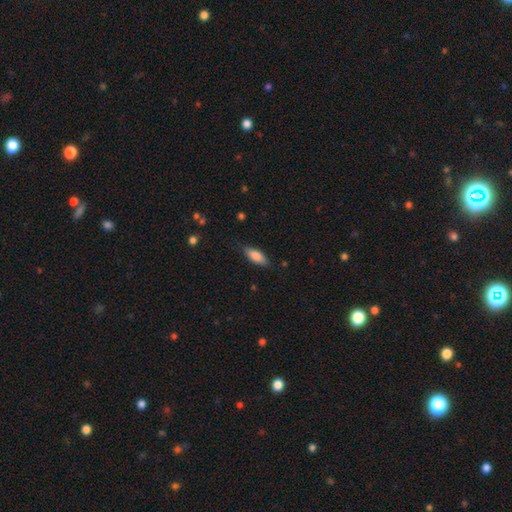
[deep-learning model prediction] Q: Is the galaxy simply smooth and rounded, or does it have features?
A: smooth — 81%.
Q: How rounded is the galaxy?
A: in between — 73%.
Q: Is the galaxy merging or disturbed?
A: none — 81%.